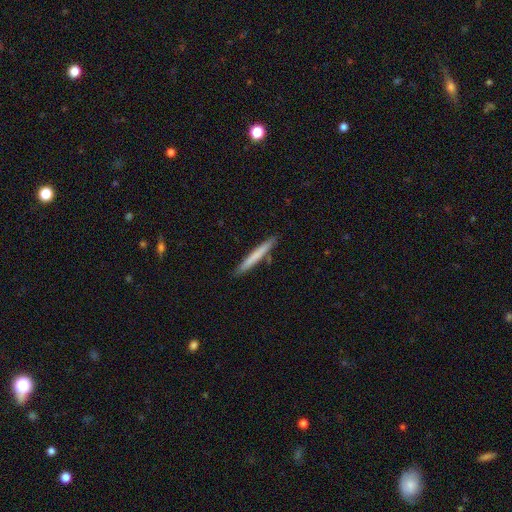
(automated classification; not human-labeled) The model was most divided on "smooth or featured": smooth: 68%, featured or disk: 27%, star or artifact: 5%. More confident: how rounded — cigar-shaped (97%); merging — none (88%).